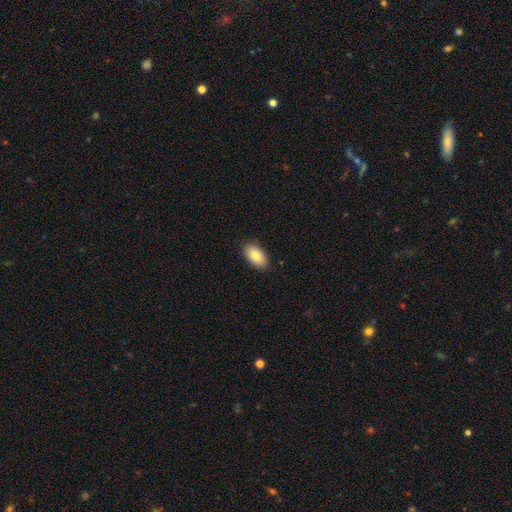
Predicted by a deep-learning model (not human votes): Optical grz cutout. It shows a smooth galaxy with no disk features (85%) that is in between round and cigar-shaped (94%). Merging: none (87%).